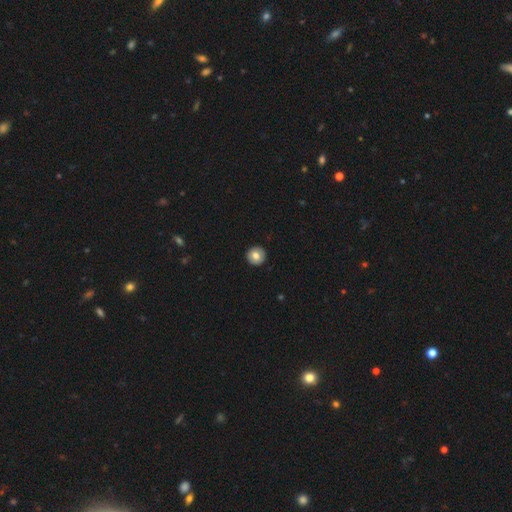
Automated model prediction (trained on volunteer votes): Smooth or featured? smooth (76%)
How rounded? round (95%)
Merging? none (92%)